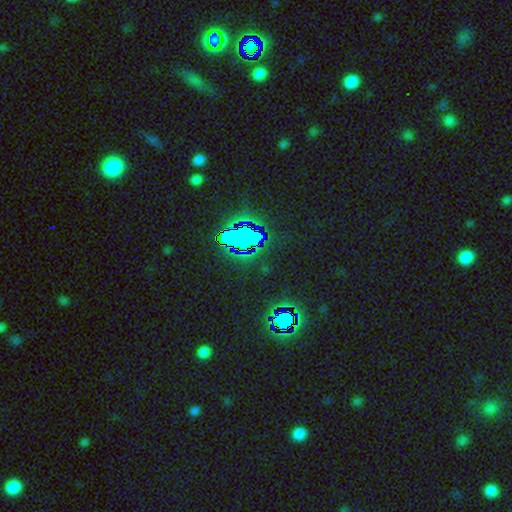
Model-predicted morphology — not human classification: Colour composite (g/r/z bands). It shows a star or artifact, not a galaxy (82%).